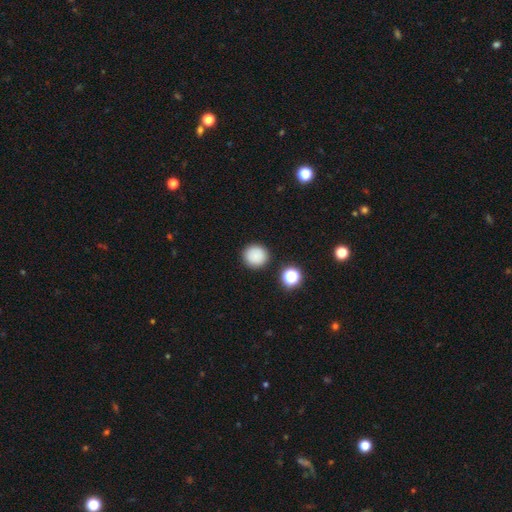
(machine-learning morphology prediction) smooth_or_featured: smooth (p=0.85) [alt: star or artifact p=0.11]
how_rounded: round (p=0.94) [alt: in between p=0.05]
merging: none (p=0.89) [alt: minor disturbance p=0.06]